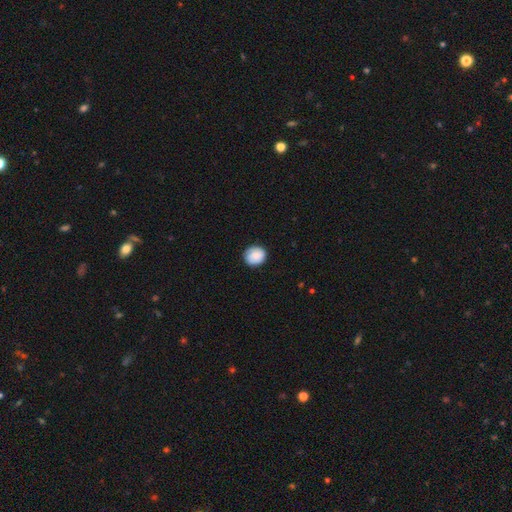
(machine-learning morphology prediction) Overall: smooth (77%). How rounded: round (85%). Merging: none (86%).